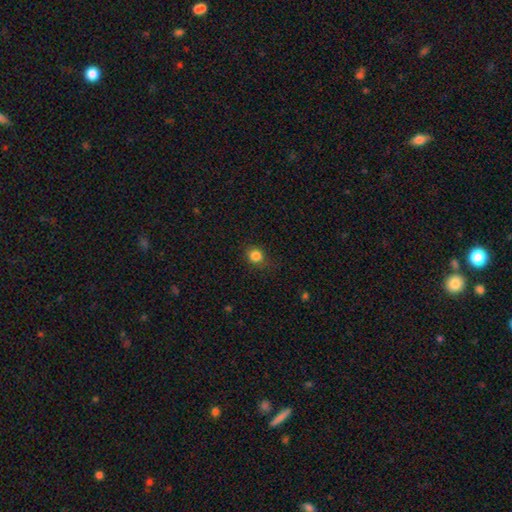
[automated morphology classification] Q: Smooth or featured?
A: smooth (84%); runner-up: star or artifact (12%)
Q: How rounded?
A: round (85%); runner-up: in between (14%)
Q: Merging?
A: none (82%); runner-up: minor disturbance (13%)